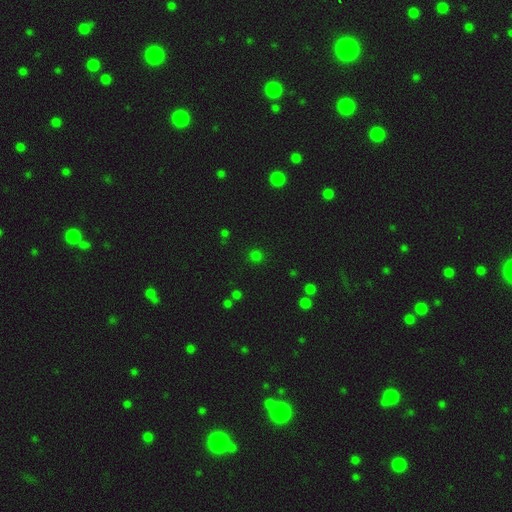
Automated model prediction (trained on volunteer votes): Smooth or featured? smooth (71%)
How rounded? round (91%)
Merging? none (87%)